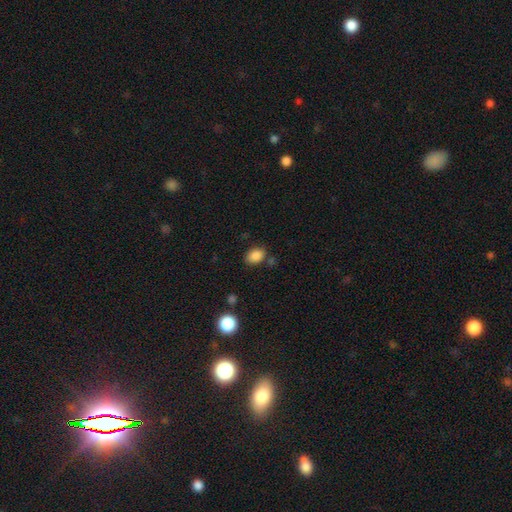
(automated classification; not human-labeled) smooth 87%, star or artifact 9%, featured or disk 4%. Down the decision tree: how rounded — in between (79%); merging — none (76%).